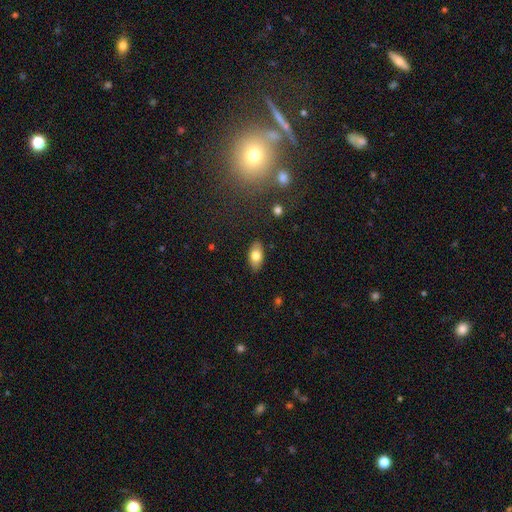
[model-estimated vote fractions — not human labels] This appears to be a smooth galaxy with no disk features (76%) that is in between round and cigar-shaped (91%). Merging: none (86%).